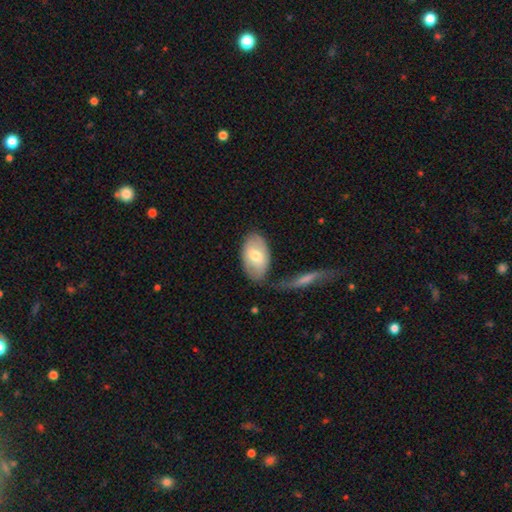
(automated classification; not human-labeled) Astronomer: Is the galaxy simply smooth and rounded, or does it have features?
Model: smooth — 63%.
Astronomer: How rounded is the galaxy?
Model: in between — 93%.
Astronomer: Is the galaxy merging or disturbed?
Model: none — 68%.